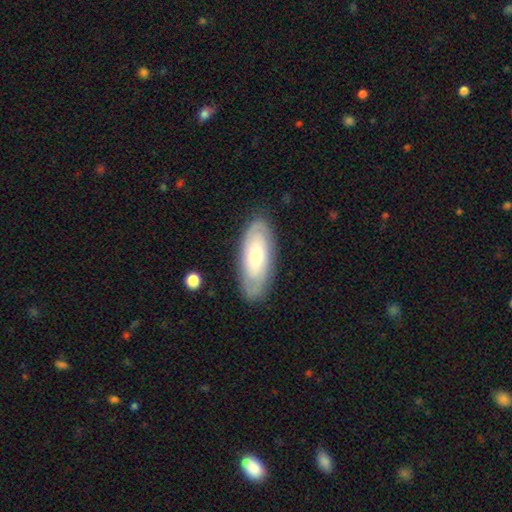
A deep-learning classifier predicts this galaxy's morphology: Smooth or featured?
  - featured or disk: 53% *
  - smooth: 41%
  - star or artifact: 6%
Edge-on disk?
  - no: 83% *
  - yes: 17%
Merging?
  - none: 83% *
  - minor disturbance: 13%
  - major disturbance: 3%
  - merger: 1%